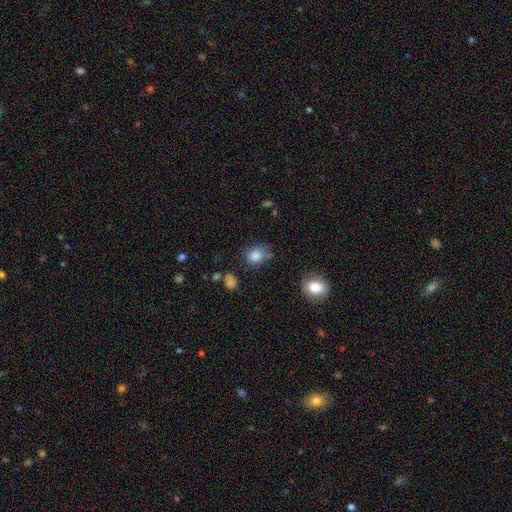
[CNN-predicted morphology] Smooth or featured?
  - smooth: 83% *
  - star or artifact: 10%
  - featured or disk: 7%
How rounded?
  - round: 63% *
  - in between: 36%
  - cigar-shaped: 1%
Merging?
  - none: 65% *
  - minor disturbance: 23%
  - major disturbance: 6%
  - merger: 5%